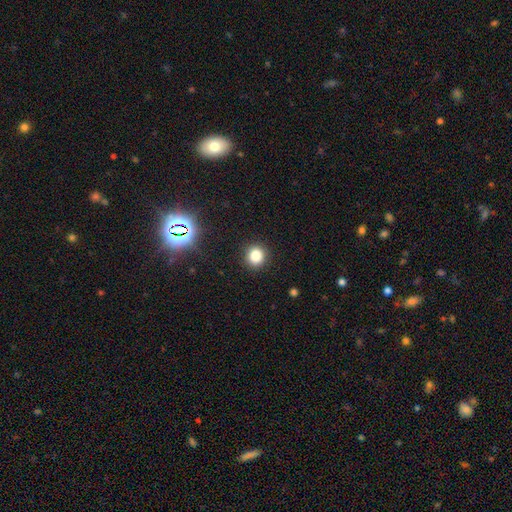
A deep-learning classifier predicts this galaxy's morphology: Overall: smooth (82%). How rounded: round (86%). Merging: none (90%).